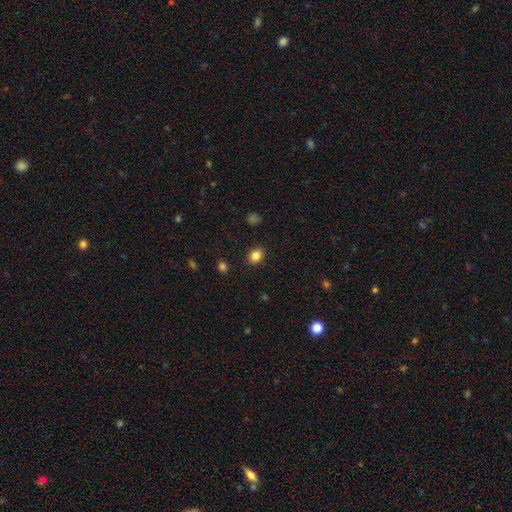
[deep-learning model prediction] Smooth or featured? Predicted: smooth (p=0.84). How rounded? Predicted: in between (p=0.51). Merging? Predicted: none (p=0.89).